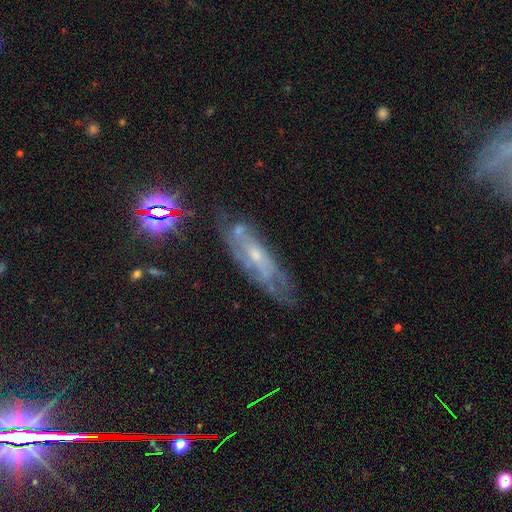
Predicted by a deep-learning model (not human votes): Overall: featured or disk (65%). Edge-on disk: no (71%). Merging: none (61%; minor disturbance 24%).